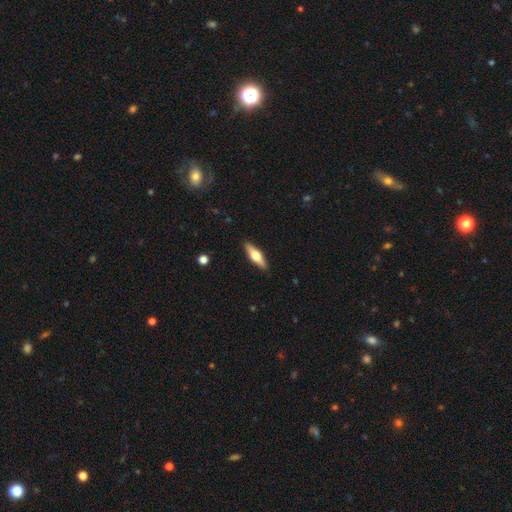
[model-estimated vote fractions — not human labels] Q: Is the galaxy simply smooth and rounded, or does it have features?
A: smooth — 49%.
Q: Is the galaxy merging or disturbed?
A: none — 90%.